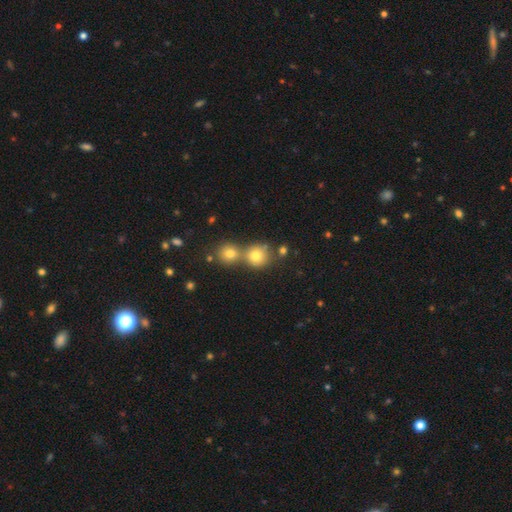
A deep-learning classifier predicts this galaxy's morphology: Smooth or featured: smooth — 76% (star or artifact — 14%)
How rounded: round — 86% (in between — 13%)
Merging: merger — 45% (none — 44%)